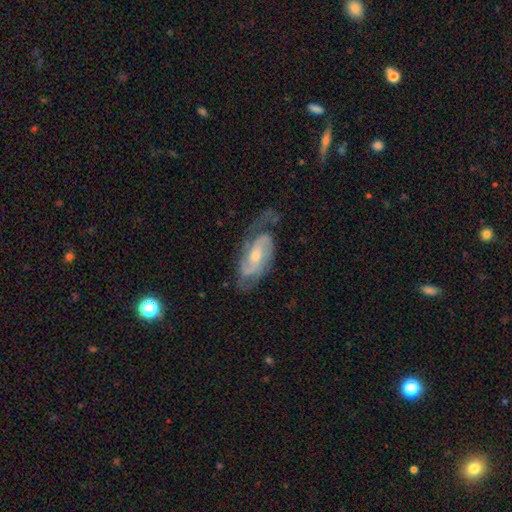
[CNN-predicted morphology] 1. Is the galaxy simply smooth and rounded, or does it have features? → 85% featured or disk, 9% smooth, 5% star or artifact.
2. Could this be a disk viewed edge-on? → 94% no, 6% yes.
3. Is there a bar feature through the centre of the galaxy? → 48% no, 41% weak, 11% strong.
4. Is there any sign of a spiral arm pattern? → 96% yes, 4% no.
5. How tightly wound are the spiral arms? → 45% medium, 38% tight, 16% loose.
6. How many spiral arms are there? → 75% 2, 11% can't tell, 6% 3, 4% 1, 2% 4, 2% more than 4.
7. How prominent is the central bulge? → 47% moderate (tied), 47% small (tied), 2% none, 2% large, 1% dominant.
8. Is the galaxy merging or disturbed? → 62% none, 23% minor disturbance, 14% major disturbance, 2% merger.